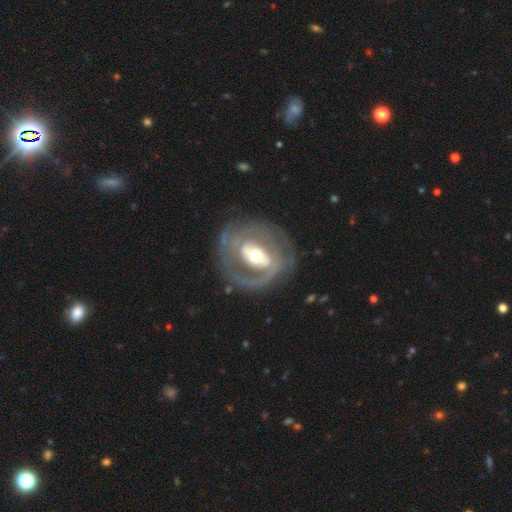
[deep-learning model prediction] The model was most divided on "spiral winding": tight: 45%, medium: 37%, loose: 18%. Remaining: edge-on disk — no (95%); smooth or featured — featured or disk (79%); merging — none (72%); spiral arms — yes (68%); spiral arm count — 2 (67%); bulge size — moderate (65%); bar — strong (43%).